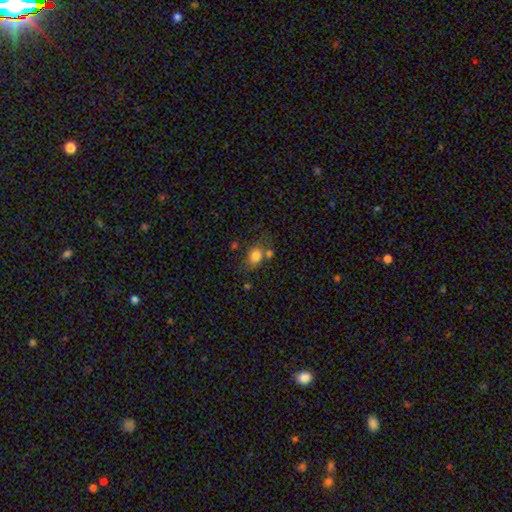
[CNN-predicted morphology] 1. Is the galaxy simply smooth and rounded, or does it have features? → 79% smooth, 11% featured or disk, 10% star or artifact.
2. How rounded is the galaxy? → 56% in between, 42% round, 1% cigar-shaped.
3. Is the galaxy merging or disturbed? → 49% none, 21% minor disturbance, 20% merger, 10% major disturbance.